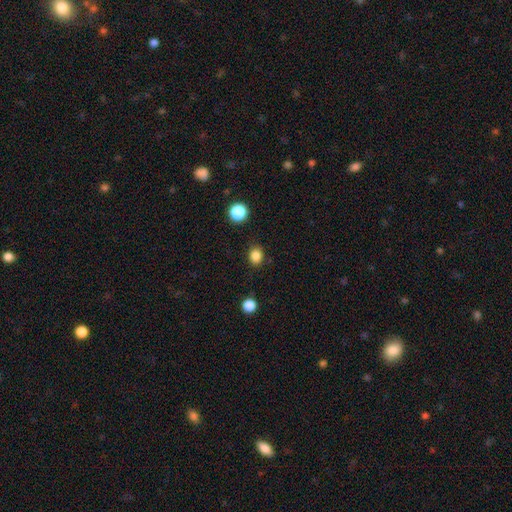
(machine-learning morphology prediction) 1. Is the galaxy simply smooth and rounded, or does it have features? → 84% smooth, 12% star or artifact, 4% featured or disk.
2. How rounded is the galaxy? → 61% round, 38% in between, 1% cigar-shaped.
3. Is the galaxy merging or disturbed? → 84% none, 11% minor disturbance, 3% major disturbance, 2% merger.